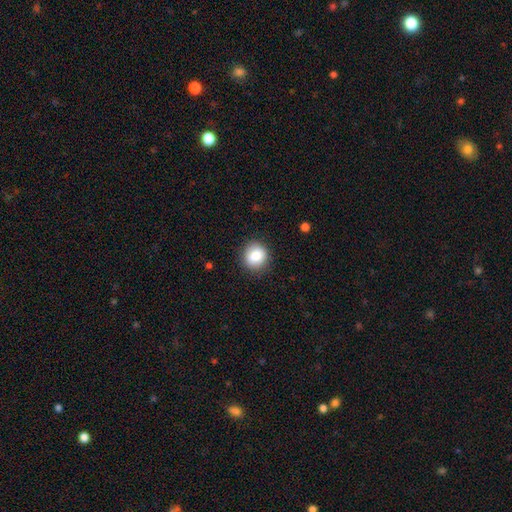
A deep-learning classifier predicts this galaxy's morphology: Smooth or featured? Predicted: smooth (p=0.82). How rounded? Predicted: round (p=0.86). Merging? Predicted: none (p=0.88).